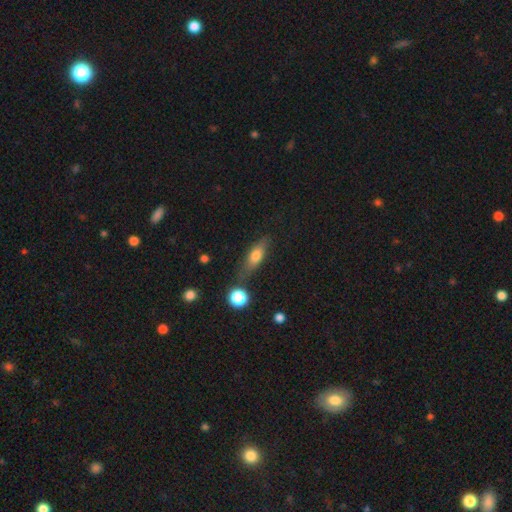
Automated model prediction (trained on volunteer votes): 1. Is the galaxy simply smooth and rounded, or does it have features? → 65% smooth, 26% featured or disk, 10% star or artifact.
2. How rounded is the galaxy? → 55% in between, 39% cigar-shaped, 6% round.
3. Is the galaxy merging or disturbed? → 69% none, 18% minor disturbance, 7% merger, 6% major disturbance.